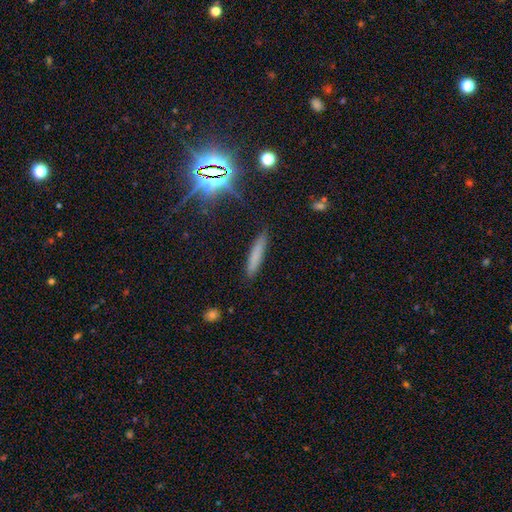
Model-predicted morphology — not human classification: smooth 70%, star or artifact 15%, featured or disk 15%. Down the decision tree: how rounded — cigar-shaped (91%); merging — none (88%).